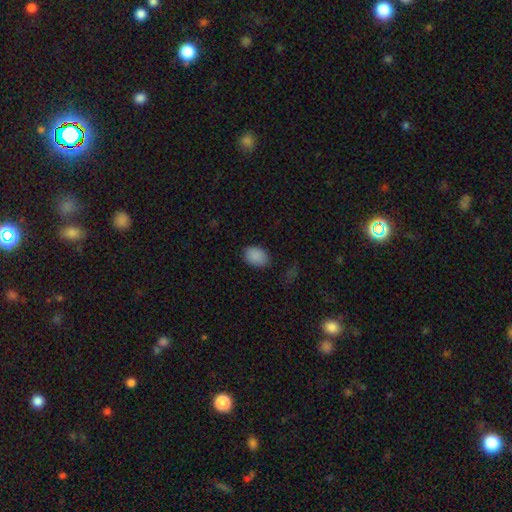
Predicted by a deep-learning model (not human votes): smooth-or-featured: smooth: 88% | star or artifact: 9% | featured or disk: 3%
  how-rounded: in between: 80% | round: 19% | cigar-shaped: 1%
  merging: none: 82% | minor disturbance: 14% | major disturbance: 3% | merger: 2%